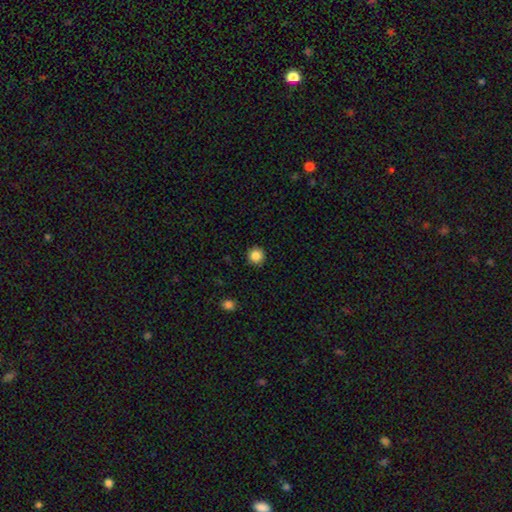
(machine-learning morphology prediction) Q: Smooth or featured?
A: smooth (86%); runner-up: star or artifact (10%)
Q: How rounded?
A: round (95%); runner-up: in between (4%)
Q: Merging?
A: none (92%); runner-up: minor disturbance (5%)